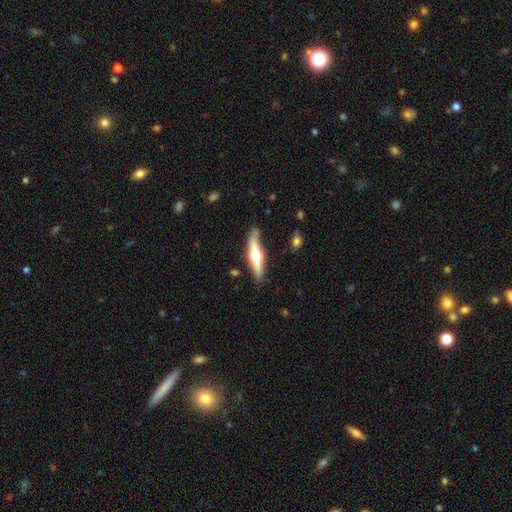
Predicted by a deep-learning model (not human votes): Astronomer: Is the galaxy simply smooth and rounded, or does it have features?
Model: featured or disk — 61%.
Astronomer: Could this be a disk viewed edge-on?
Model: yes — 94%.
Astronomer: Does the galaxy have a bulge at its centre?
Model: rounded — 94%.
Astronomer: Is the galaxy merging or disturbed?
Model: none — 81%.